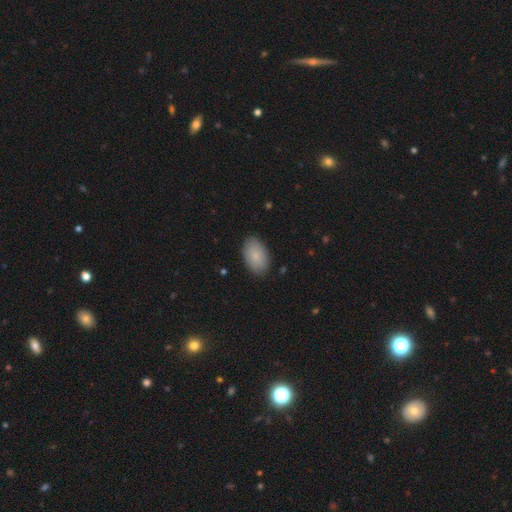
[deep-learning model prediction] Morphology: type=smooth (85%); roundness=in between (93%); merging=none (85%).